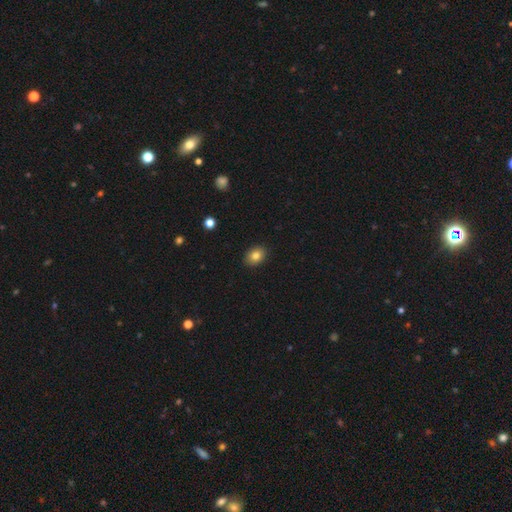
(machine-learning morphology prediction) type=smooth (83%); roundness=in between (66%); merging=none (89%).